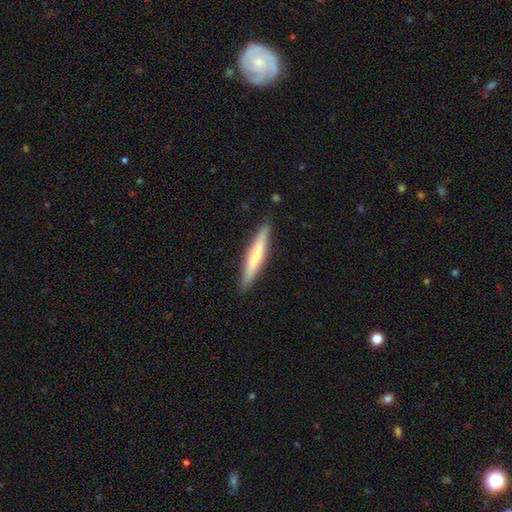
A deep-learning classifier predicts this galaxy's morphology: type=smooth (56%); roundness=cigar-shaped (93%); merging=none (90%).